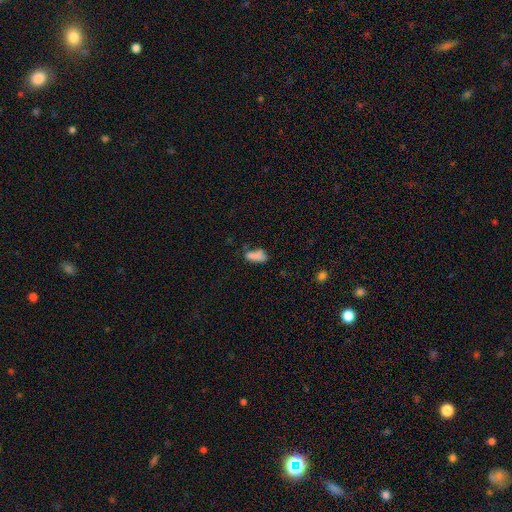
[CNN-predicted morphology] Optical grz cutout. It shows a smooth galaxy with no disk features (76%) that is in between round and cigar-shaped (80%). Merging: none (38%).